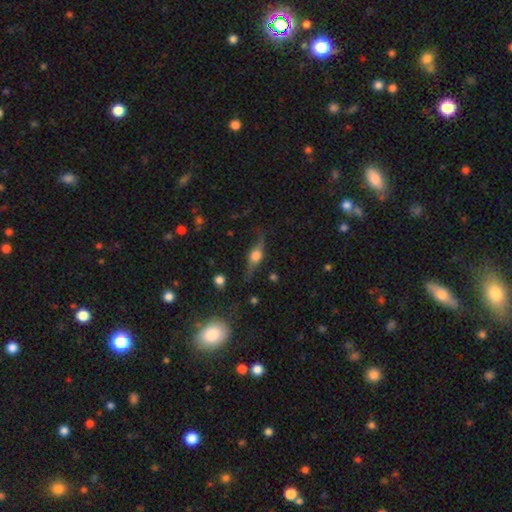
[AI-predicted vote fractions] Smooth or featured? Predicted: featured or disk (p=0.58). Edge-on disk? Predicted: yes (p=0.87). Edge-on bulge? Predicted: rounded (p=0.93). Merging? Predicted: none (p=0.70).